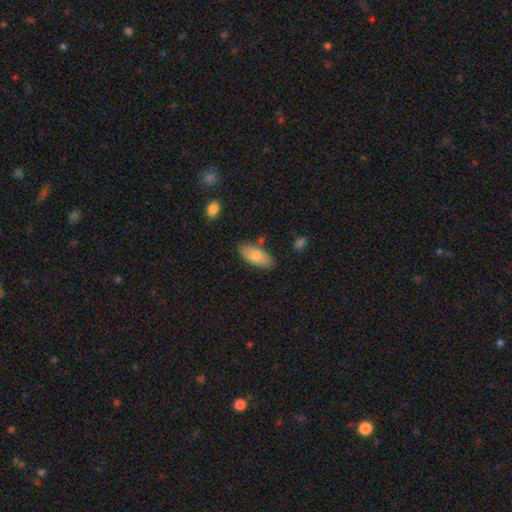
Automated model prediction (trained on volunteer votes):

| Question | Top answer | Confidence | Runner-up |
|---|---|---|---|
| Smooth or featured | smooth | 77% | featured or disk (16%) |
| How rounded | in between | 88% | cigar-shaped (9%) |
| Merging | none | 77% | minor disturbance (16%) |